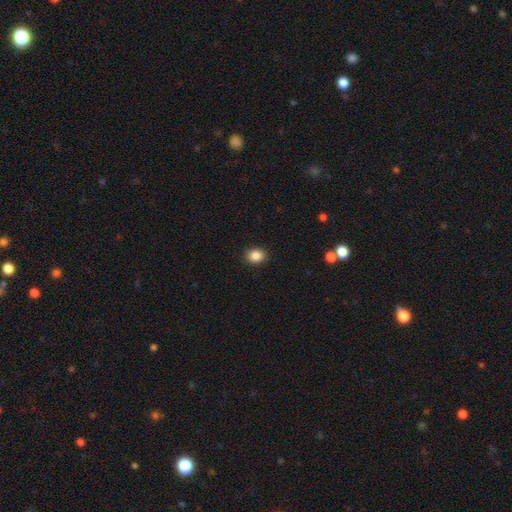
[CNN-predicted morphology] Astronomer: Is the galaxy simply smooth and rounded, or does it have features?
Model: smooth — 87%.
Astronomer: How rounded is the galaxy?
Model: round — 62% (runner-up: in between, 37%).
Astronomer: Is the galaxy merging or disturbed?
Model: none — 90%.